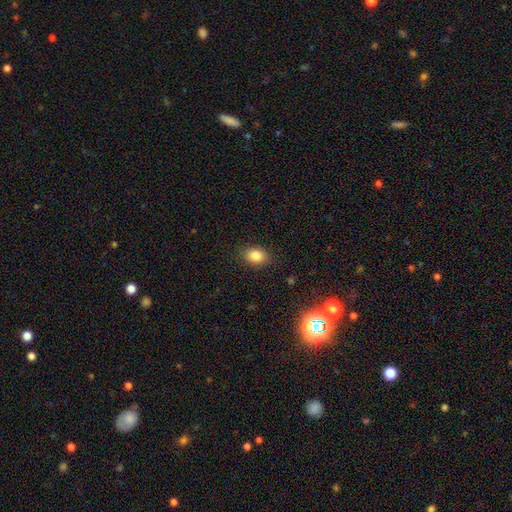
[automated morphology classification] type=smooth (84%); roundness=in between (66%); merging=none (86%).